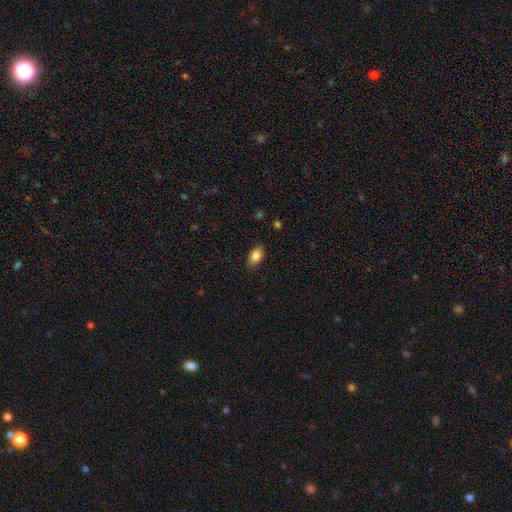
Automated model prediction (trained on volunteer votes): Smooth or featured? smooth (87%)
How rounded? in between (88%)
Merging? none (84%)